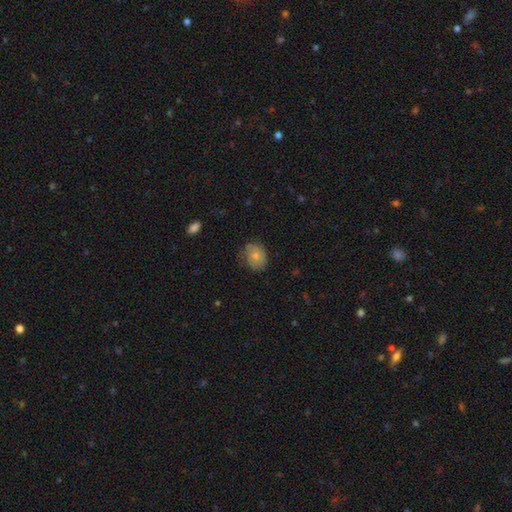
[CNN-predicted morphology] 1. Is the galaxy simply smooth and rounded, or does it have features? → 77% smooth, 15% featured or disk, 8% star or artifact.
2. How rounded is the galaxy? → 50% in between, 49% round, 1% cigar-shaped.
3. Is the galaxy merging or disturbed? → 65% none, 26% minor disturbance, 7% major disturbance, 2% merger.